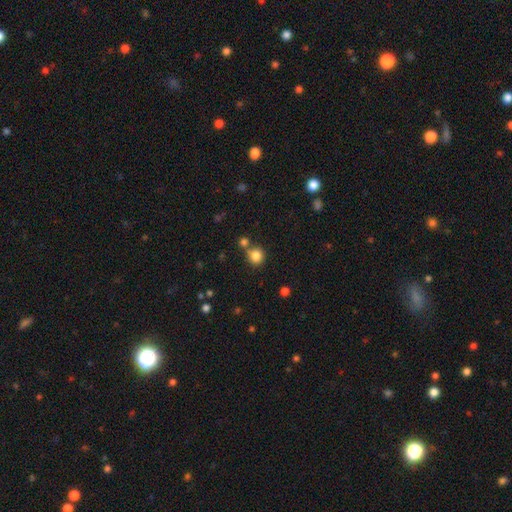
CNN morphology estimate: This is clearly a smooth galaxy (83%). How rounded: clearly round (88%). Merging: likely none (66%).